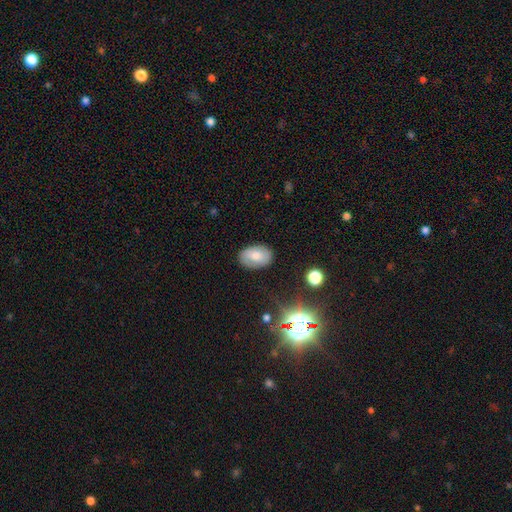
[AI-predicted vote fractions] This is likely a smooth galaxy (72%). How rounded: clearly in between (87%). Merging: clearly none (83%).